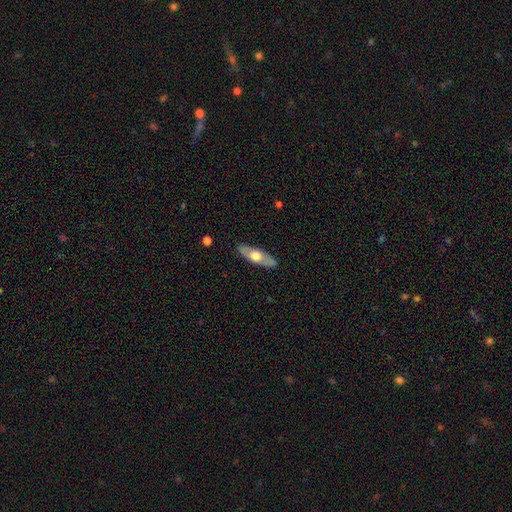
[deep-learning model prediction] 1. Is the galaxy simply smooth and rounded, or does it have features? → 50% smooth, 45% featured or disk, 5% star or artifact.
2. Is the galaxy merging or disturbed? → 87% none, 10% minor disturbance, 2% major disturbance, 1% merger.